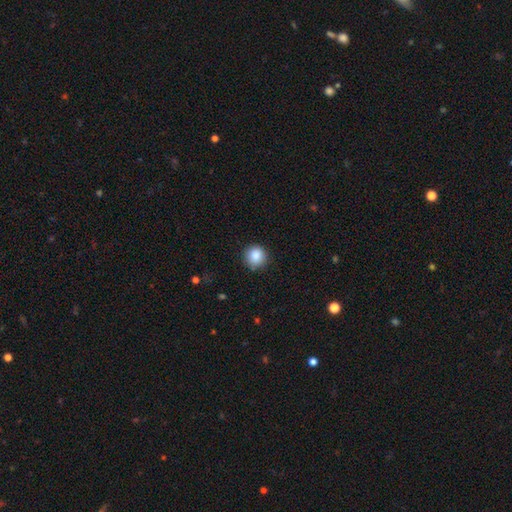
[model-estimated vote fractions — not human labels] The model was most divided on "smooth or featured": smooth: 87%, star or artifact: 9%, featured or disk: 4%. More confident: how rounded — round (94%); merging — none (88%).